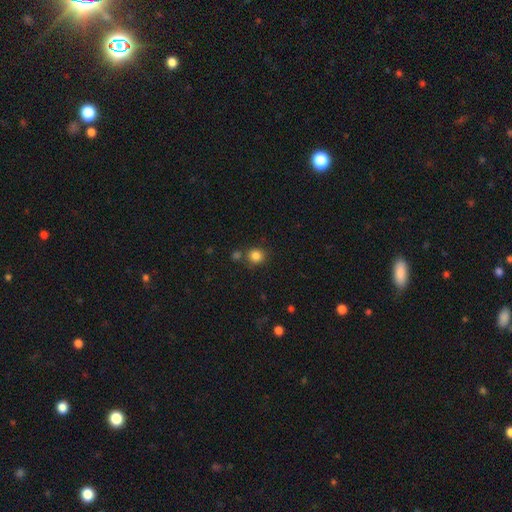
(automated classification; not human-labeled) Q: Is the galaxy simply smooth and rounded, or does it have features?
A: smooth — 84%.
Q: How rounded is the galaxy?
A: round — 86%.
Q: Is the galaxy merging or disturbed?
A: none — 76%.